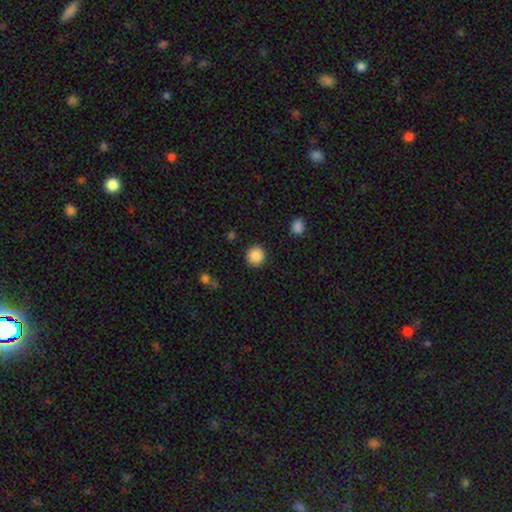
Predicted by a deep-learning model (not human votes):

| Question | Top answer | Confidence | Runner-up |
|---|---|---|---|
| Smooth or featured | smooth | 88% | star or artifact (9%) |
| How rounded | round | 93% | in between (6%) |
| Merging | none | 91% | minor disturbance (6%) |